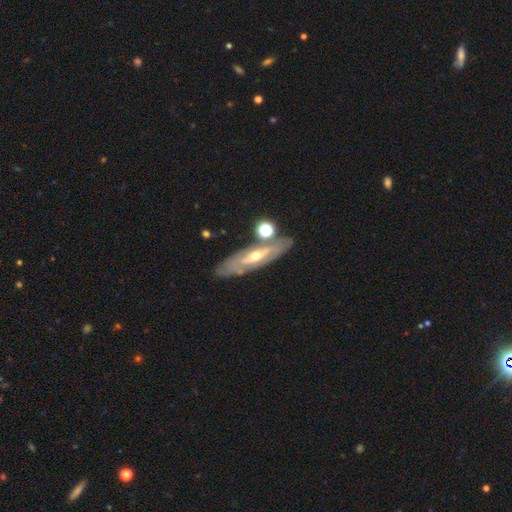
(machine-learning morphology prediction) A featured or disk galaxy (74%).

Vote fractions:
- Smooth or featured? featured or disk: 74% / smooth: 19% / star or artifact: 7%
- Edge-on disk? no: 62% / yes: 38%
- Merging? none: 72% / minor disturbance: 15% / merger: 8% / major disturbance: 5%